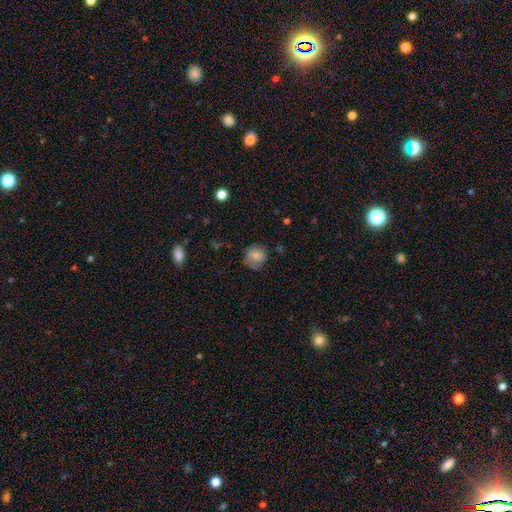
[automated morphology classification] type=smooth (76%); roundness=round (79%); merging=none (65%).